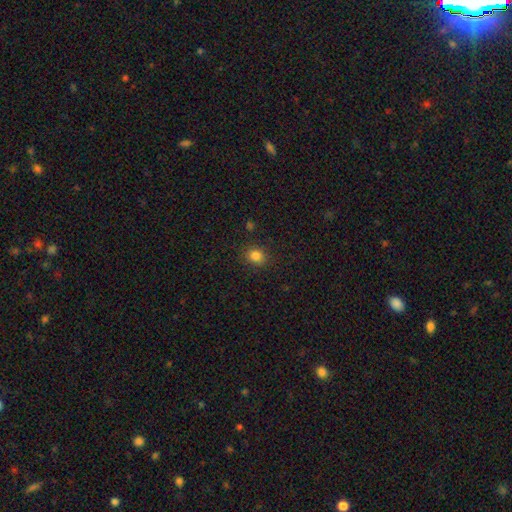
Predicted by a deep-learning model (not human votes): Smooth or featured? Predicted: smooth (p=0.82). How rounded? Predicted: round (p=0.72). Merging? Predicted: none (p=0.88).